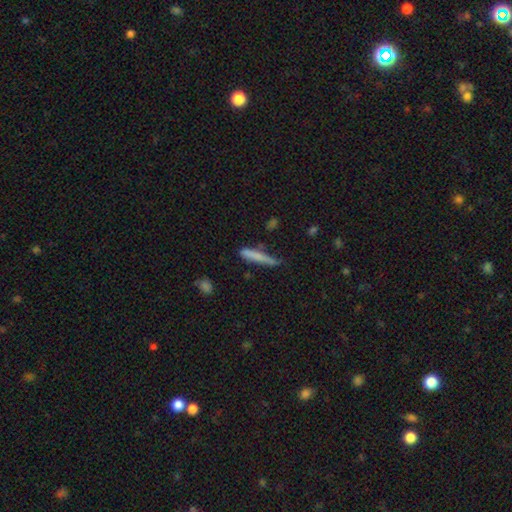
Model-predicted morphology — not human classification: smooth-or-featured: smooth: 72% | featured or disk: 21% | star or artifact: 7%
  how-rounded: cigar-shaped: 92% | in between: 6% | round: 2%
  merging: none: 63% | minor disturbance: 26% | major disturbance: 7% | merger: 5%